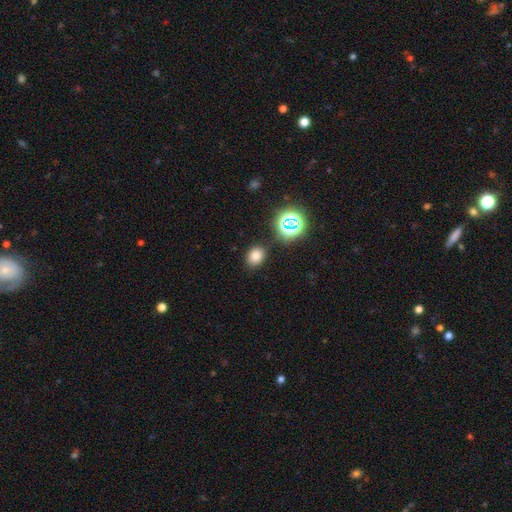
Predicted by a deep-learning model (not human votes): Smooth or featured? smooth (74%)
How rounded? in between (53%)
Merging? none (82%)